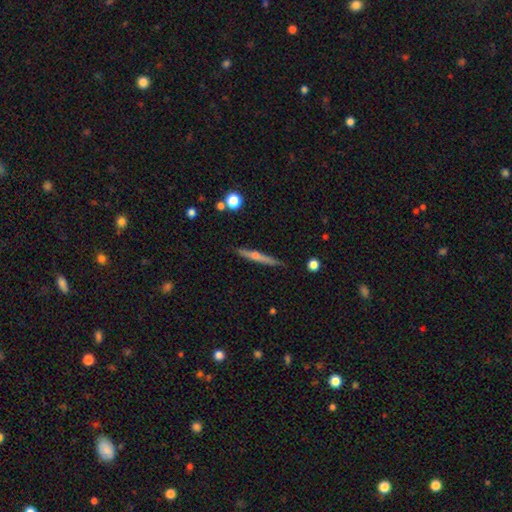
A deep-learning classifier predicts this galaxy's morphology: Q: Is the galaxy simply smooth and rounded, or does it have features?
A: featured or disk — 62%.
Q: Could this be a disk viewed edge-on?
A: yes — 97%.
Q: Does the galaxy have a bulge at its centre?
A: rounded — 77%.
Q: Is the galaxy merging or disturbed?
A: none — 87%.